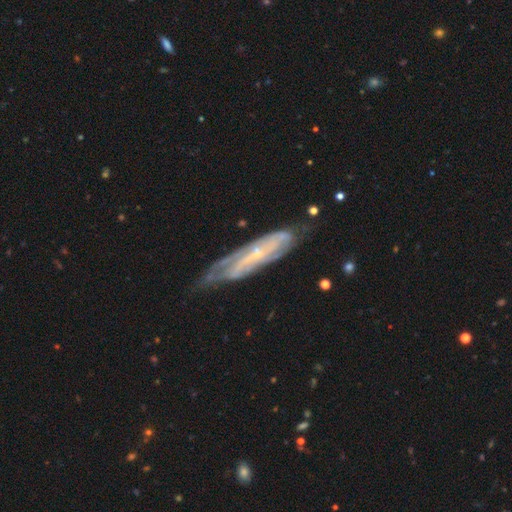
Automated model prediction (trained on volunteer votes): This is likely a featured or disk galaxy (79%). It is likely not viewed edge-on (70%). Bar: possibly no (55%). Spiral arm pattern: clearly yes (87%). Central bulge: likely small (79%). Merging: likely none (65%).